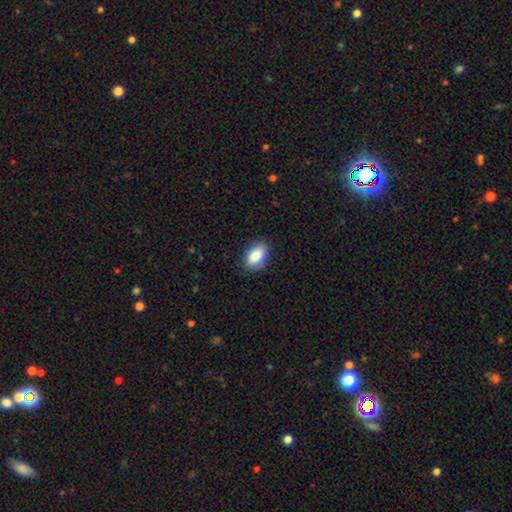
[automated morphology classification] This is clearly a smooth galaxy (88%). How rounded: clearly in between (91%). Merging: clearly none (83%).